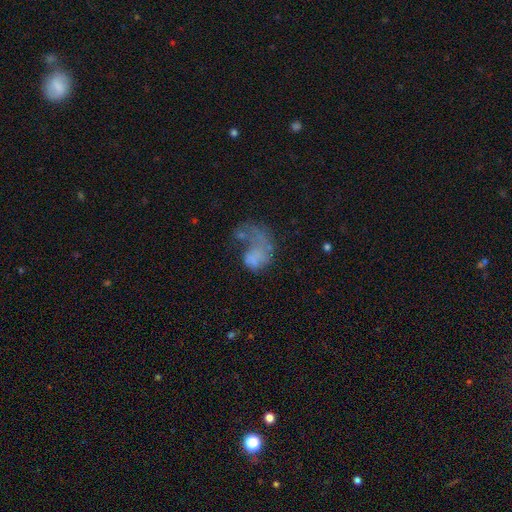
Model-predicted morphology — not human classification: Smooth or featured? Predicted: featured or disk (p=0.47). Merging? Predicted: major disturbance (p=0.55).